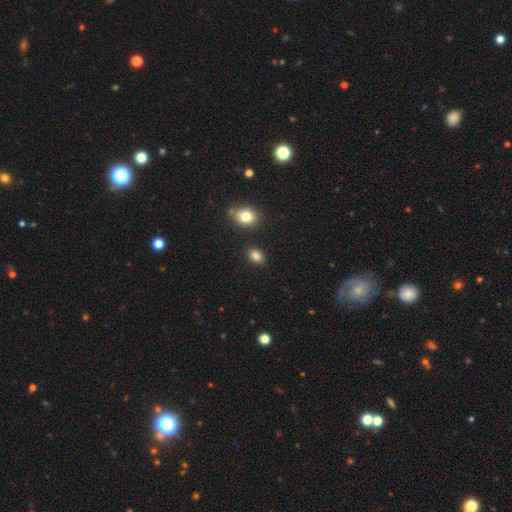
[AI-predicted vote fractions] Smooth or featured?
  - smooth: 84% *
  - star or artifact: 10%
  - featured or disk: 6%
How rounded?
  - in between: 78% *
  - round: 21%
  - cigar-shaped: 1%
Merging?
  - none: 85% *
  - minor disturbance: 9%
  - merger: 4%
  - major disturbance: 3%